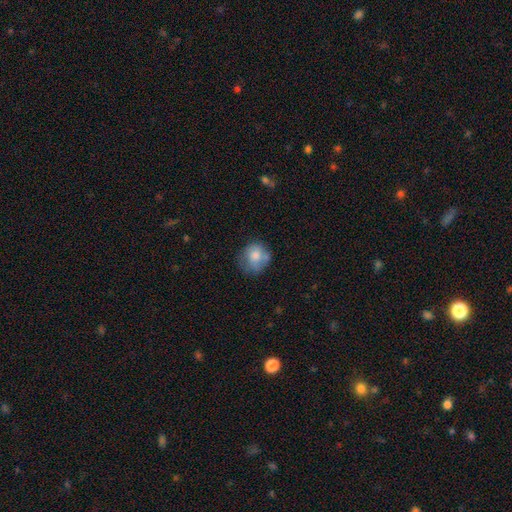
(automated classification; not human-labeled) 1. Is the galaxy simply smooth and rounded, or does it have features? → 72% smooth, 19% featured or disk, 8% star or artifact.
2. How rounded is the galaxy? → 74% round, 25% in between, 1% cigar-shaped.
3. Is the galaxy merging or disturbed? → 56% none, 27% minor disturbance, 11% major disturbance, 7% merger.